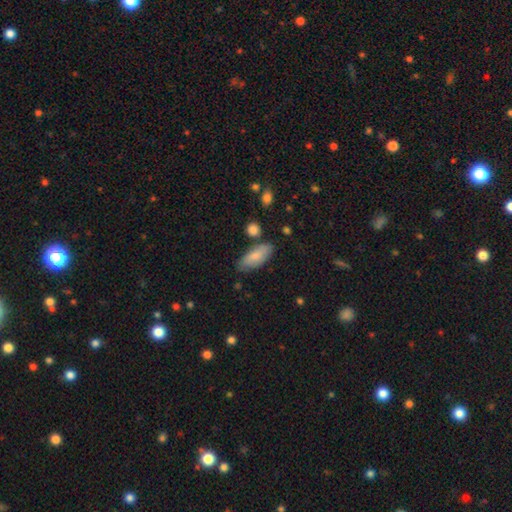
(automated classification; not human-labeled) Morphology: type=smooth (80%); roundness=in between (82%); merging=none (75%).